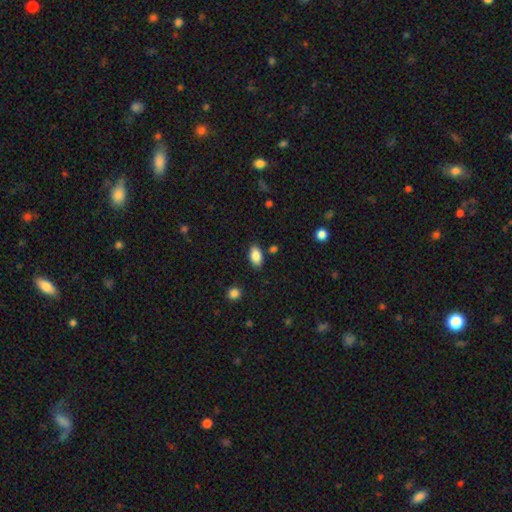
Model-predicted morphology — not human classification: Smooth or featured? smooth (86%)
How rounded? in between (92%)
Merging? none (84%)